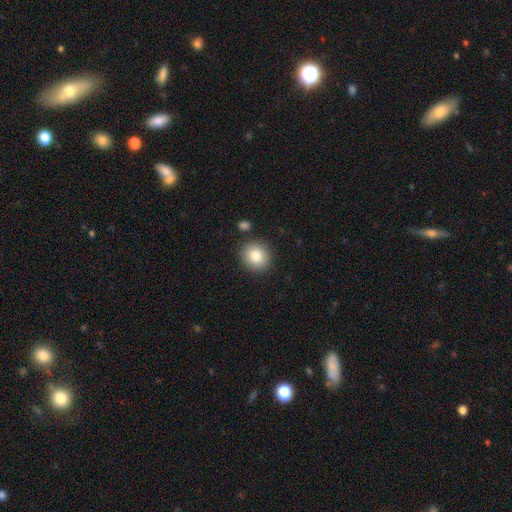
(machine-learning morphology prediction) smooth 83%, star or artifact 9%, featured or disk 8%. Down the decision tree: how rounded — round (87%); merging — none (87%).